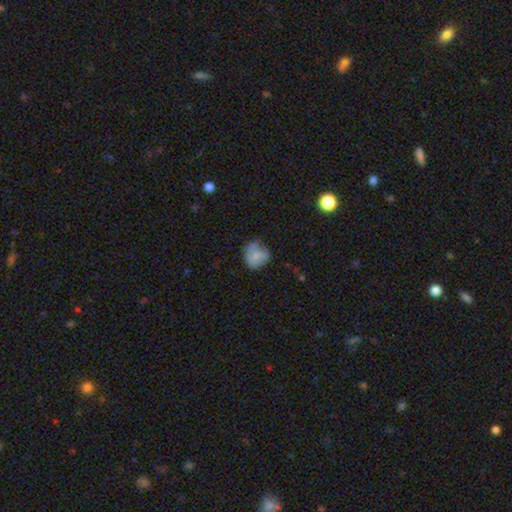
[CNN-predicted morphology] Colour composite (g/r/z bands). It shows a smooth galaxy with no disk features (60%) that is round (73%). Merging: none (55%).